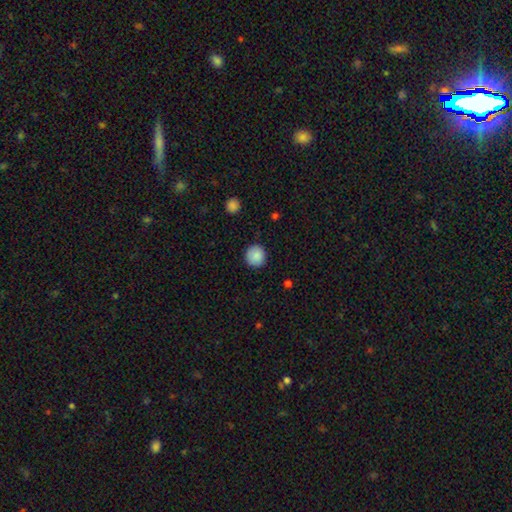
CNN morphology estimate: Smooth or featured?
  - smooth: 88% *
  - star or artifact: 8%
  - featured or disk: 4%
How rounded?
  - round: 93% *
  - in between: 6%
  - cigar-shaped: 1%
Merging?
  - none: 90% *
  - minor disturbance: 7%
  - major disturbance: 2%
  - merger: 1%